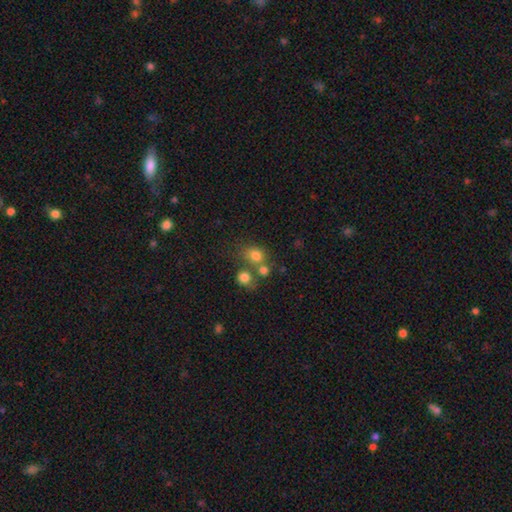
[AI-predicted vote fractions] smooth_or_featured: smooth (p=0.75) [alt: star or artifact p=0.15]
how_rounded: round (p=0.66) [alt: in between p=0.33]
merging: none (p=0.50) [alt: merger p=0.33]